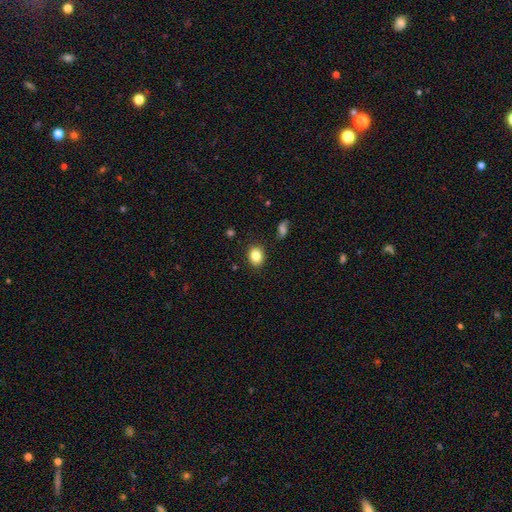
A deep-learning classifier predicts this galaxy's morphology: Smooth or featured: smooth — 84% (star or artifact — 9%)
How rounded: in between — 53% (round — 46%)
Merging: none — 86% (minor disturbance — 9%)